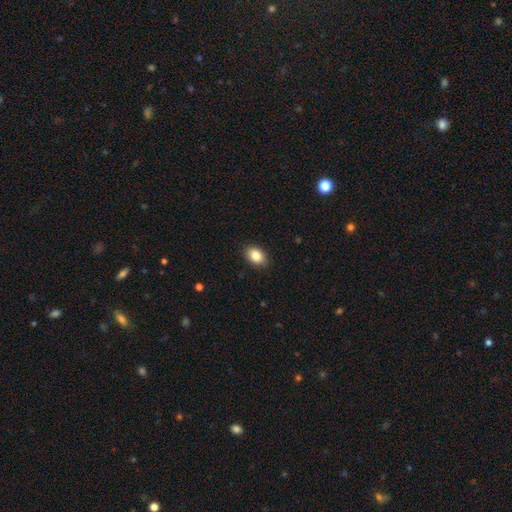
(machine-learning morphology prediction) This is clearly a smooth galaxy (85%). How rounded: clearly in between (83%). Merging: clearly none (88%).